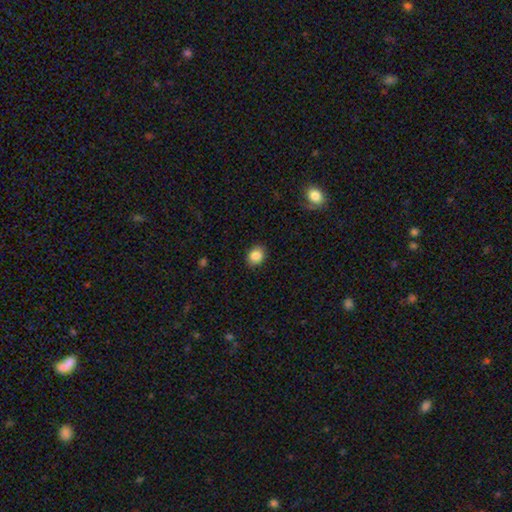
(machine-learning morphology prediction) This appears to be a smooth galaxy with no disk features (85%) that is round (62%). Merging: none (89%).